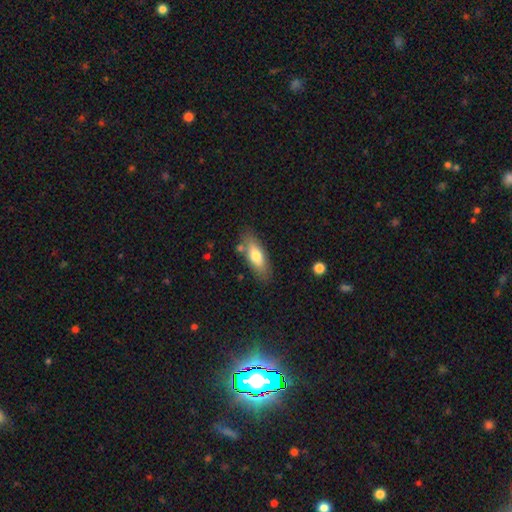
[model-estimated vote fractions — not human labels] Smooth or featured? Predicted: smooth (p=0.71). How rounded? Predicted: in between (p=0.70). Merging? Predicted: none (p=0.78).